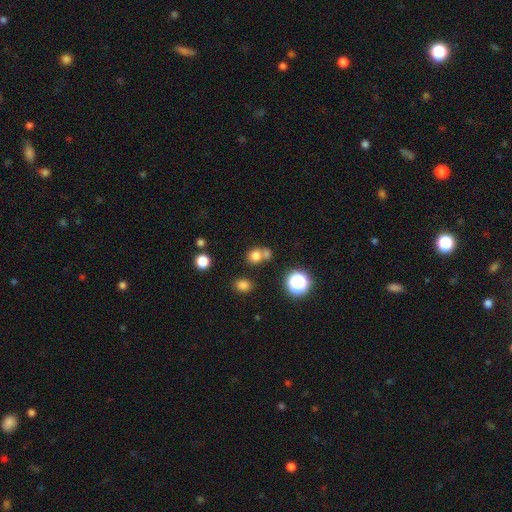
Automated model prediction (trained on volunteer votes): Overall: smooth (74%). How rounded: round (79%). Merging: none (51%; merger 37%).